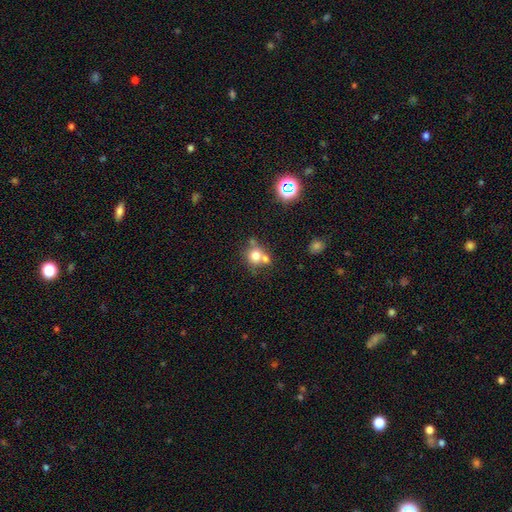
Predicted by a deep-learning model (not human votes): Q: Smooth or featured?
A: smooth (72%); runner-up: featured or disk (15%)
Q: How rounded?
A: round (81%); runner-up: in between (18%)
Q: Merging?
A: none (44%); runner-up: merger (41%)